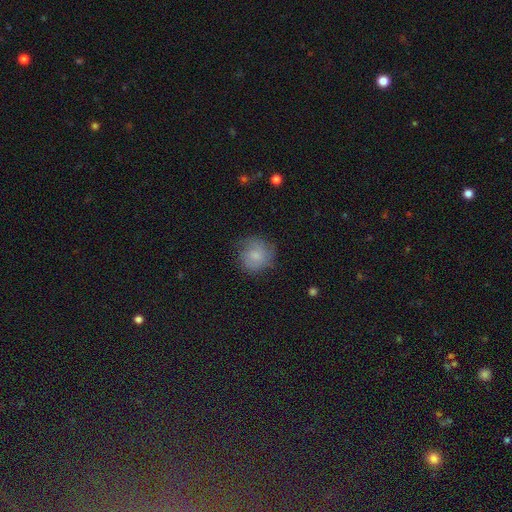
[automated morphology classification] Q: Smooth or featured?
A: smooth (69%); runner-up: featured or disk (22%)
Q: How rounded?
A: round (84%); runner-up: in between (15%)
Q: Merging?
A: none (63%); runner-up: minor disturbance (25%)